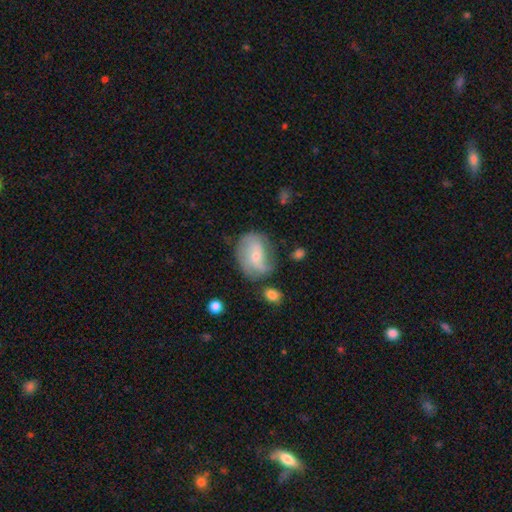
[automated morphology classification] The model was most divided on "bar": no: 54%, weak: 35%, strong: 12%. More confident: edge-on disk — no (96%); spiral arms — yes (79%); bulge size — small (60%); smooth or featured — featured or disk (60%); merging — none (57%).